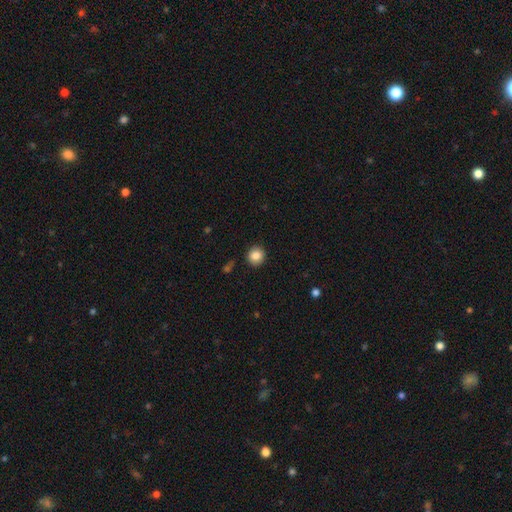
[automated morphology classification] A smooth galaxy with no disk features (86%) that is round (89%). Merging: none (90%).